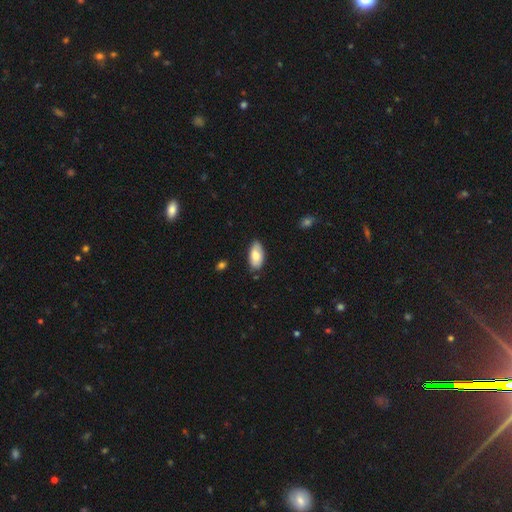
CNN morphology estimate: Q: Smooth or featured?
A: smooth (77%); runner-up: featured or disk (17%)
Q: How rounded?
A: in between (94%); runner-up: cigar-shaped (3%)
Q: Merging?
A: none (78%); runner-up: minor disturbance (17%)